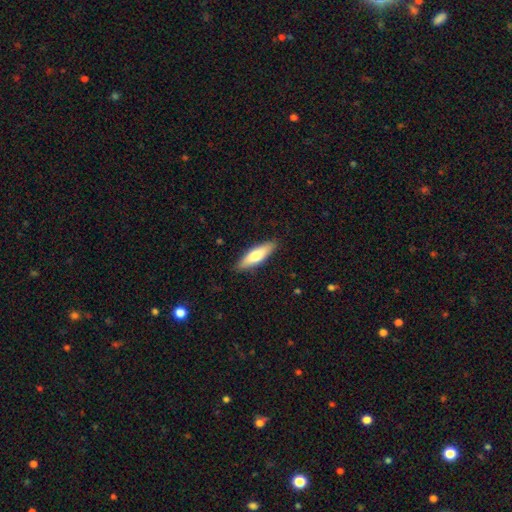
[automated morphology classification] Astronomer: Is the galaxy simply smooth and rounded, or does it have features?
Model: smooth — 66%.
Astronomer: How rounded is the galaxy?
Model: cigar-shaped — 57% (runner-up: in between, 41%).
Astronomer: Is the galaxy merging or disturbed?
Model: none — 88%.